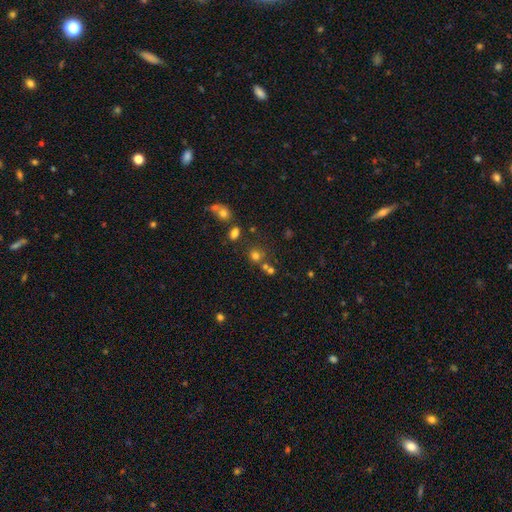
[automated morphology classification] smooth-or-featured: smooth: 71% | star or artifact: 20% | featured or disk: 9%
  how-rounded: round: 82% | in between: 17% | cigar-shaped: 1%
  merging: none: 64% | merger: 21% | minor disturbance: 10% | major disturbance: 5%